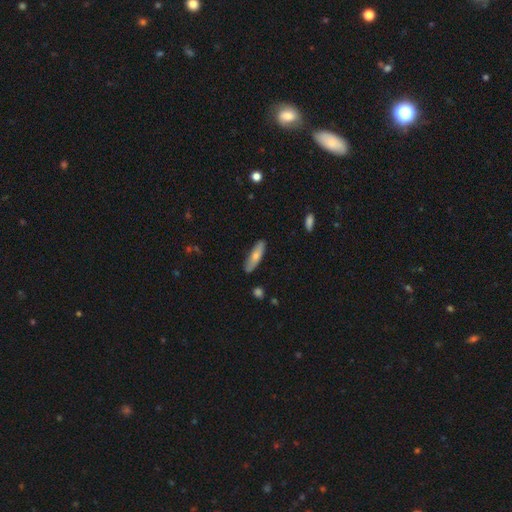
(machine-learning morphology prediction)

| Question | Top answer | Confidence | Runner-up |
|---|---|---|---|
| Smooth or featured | smooth | 68% | featured or disk (26%) |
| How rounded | cigar-shaped | 62% | in between (36%) |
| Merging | none | 85% | minor disturbance (12%) |